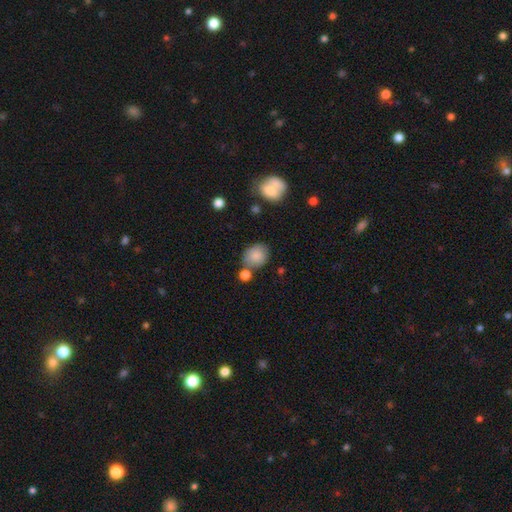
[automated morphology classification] A smooth galaxy with no disk features (84%) that is round (58%). Merging: none (65%).